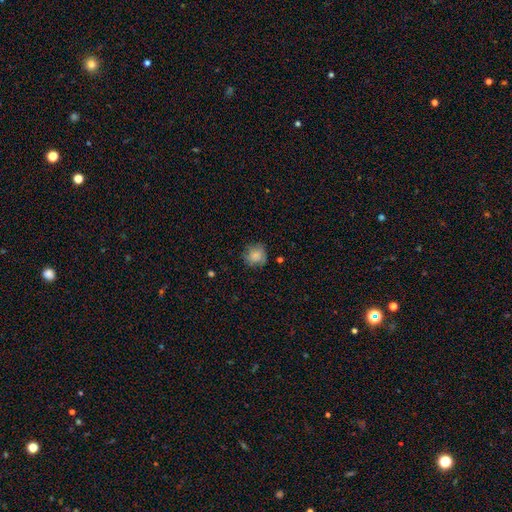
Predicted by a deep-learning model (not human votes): Q: Smooth or featured?
A: smooth (78%); runner-up: featured or disk (13%)
Q: How rounded?
A: round (84%); runner-up: in between (15%)
Q: Merging?
A: none (71%); runner-up: minor disturbance (20%)